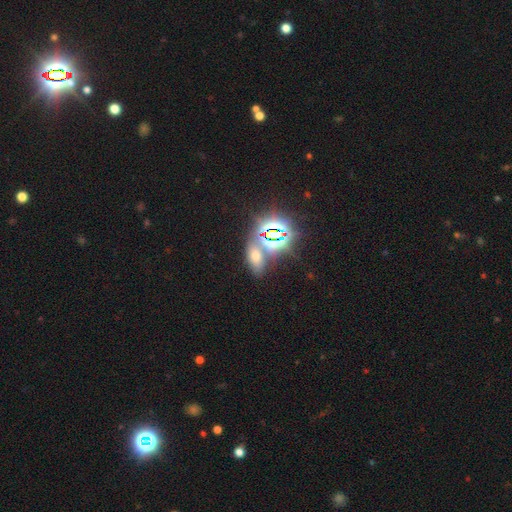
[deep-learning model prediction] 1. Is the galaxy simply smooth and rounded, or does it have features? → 49% star or artifact, 40% smooth, 12% featured or disk.